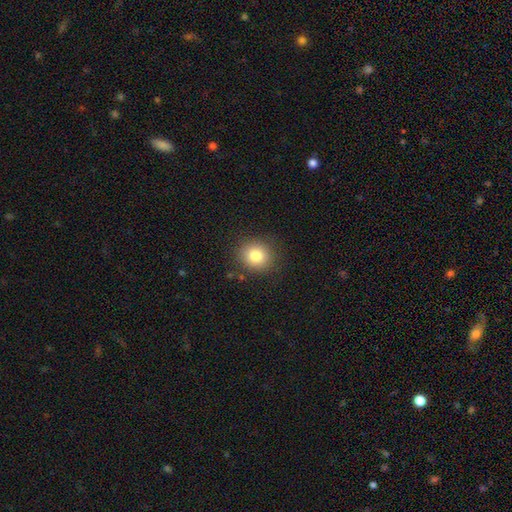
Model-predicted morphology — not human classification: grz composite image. It shows a smooth galaxy with no disk features (82%) that is round (82%). Merging: none (87%).